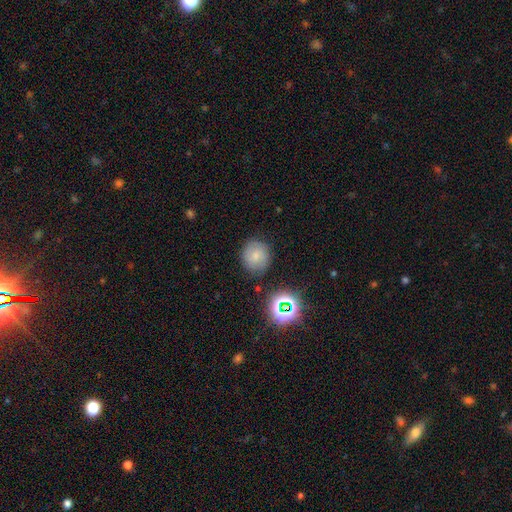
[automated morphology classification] Smooth or featured: smooth — 69% (featured or disk — 17%)
How rounded: round — 87% (in between — 12%)
Merging: none — 80% (minor disturbance — 13%)